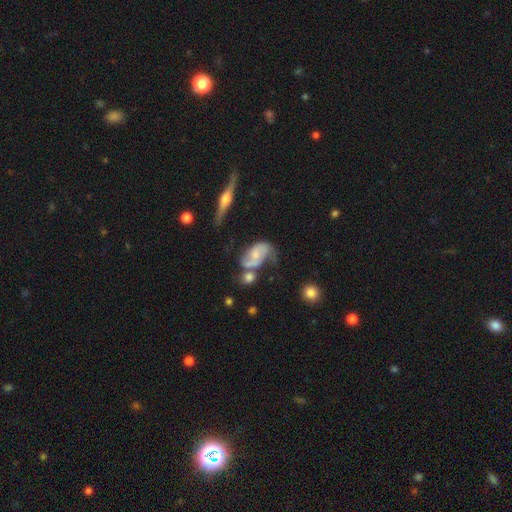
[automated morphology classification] Smooth or featured?
  - featured or disk: 67% *
  - smooth: 25%
  - star or artifact: 8%
Edge-on disk?
  - no: 94% *
  - yes: 6%
Bar?
  - no: 62% *
  - weak: 30%
  - strong: 8%
Spiral arms?
  - yes: 84% *
  - no: 16%
Spiral winding?
  - loose: 48% *
  - medium: 37%
  - tight: 15%
Spiral arm count?
  - 2: 83% *
  - can't tell: 8%
  - 1: 5%
  - 3: 1%
  - 4: 1%
  - more than 4: 1%
Bulge size?
  - small: 46% *
  - moderate: 32%
  - none: 15%
  - large: 5%
  - dominant: 2%
Merging?
  - none: 33% *
  - merger: 26%
  - minor disturbance: 22%
  - major disturbance: 19%